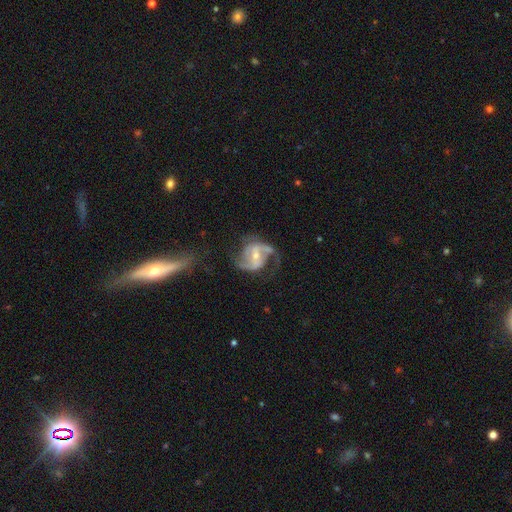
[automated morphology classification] Smooth or featured? featured or disk (85%)
Edge-on disk? no (97%)
Bar? weak (46%)
Spiral arms? yes (94%)
Spiral winding? medium (49%)
Spiral arm count? 2 (81%)
Bulge size? small (50%)
Merging? none (55%)